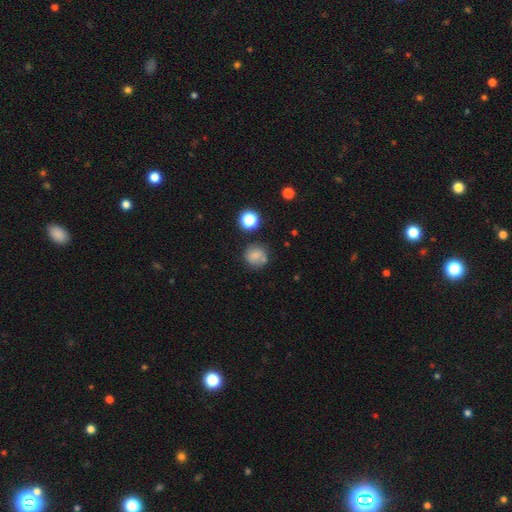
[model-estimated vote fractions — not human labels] Smooth or featured: smooth — 76% (star or artifact — 12%)
How rounded: round — 88% (in between — 11%)
Merging: none — 69% (minor disturbance — 15%)